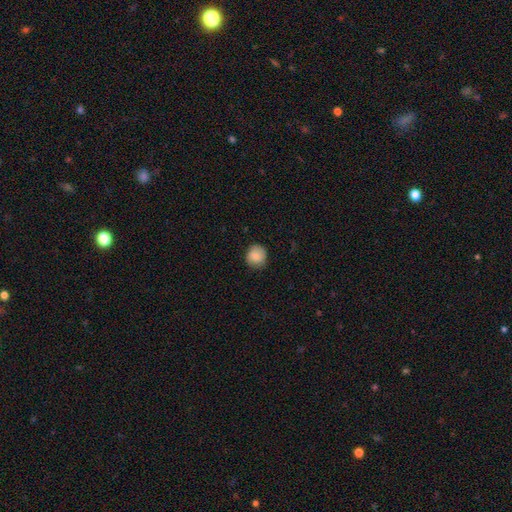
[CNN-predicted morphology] type=smooth (85%); roundness=round (86%); merging=none (83%).